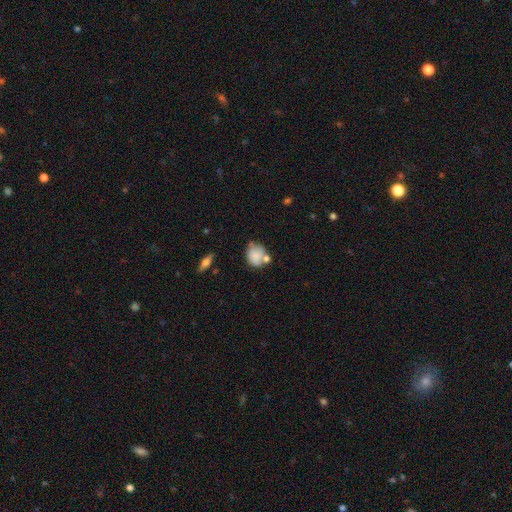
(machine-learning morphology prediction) smooth-or-featured: smooth: 77% | featured or disk: 15% | star or artifact: 8%
  how-rounded: round: 52% | in between: 47% | cigar-shaped: 1%
  merging: none: 47% | merger: 23% | minor disturbance: 23% | major disturbance: 7%